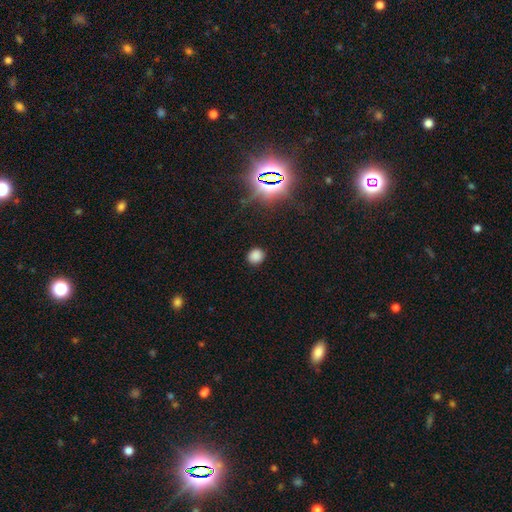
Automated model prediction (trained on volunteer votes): This appears to be a smooth galaxy with no disk features (79%) that is round (80%). Merging: none (88%).